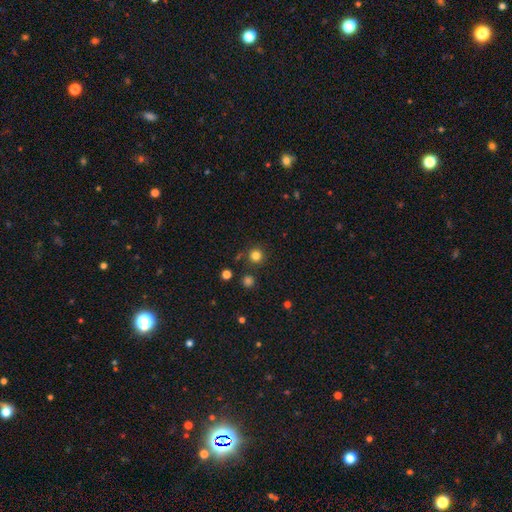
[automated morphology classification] Smooth or featured?
  - smooth: 81% *
  - star or artifact: 15%
  - featured or disk: 5%
How rounded?
  - round: 94% *
  - in between: 5%
  - cigar-shaped: 1%
Merging?
  - none: 84% *
  - minor disturbance: 7%
  - merger: 5%
  - major disturbance: 3%